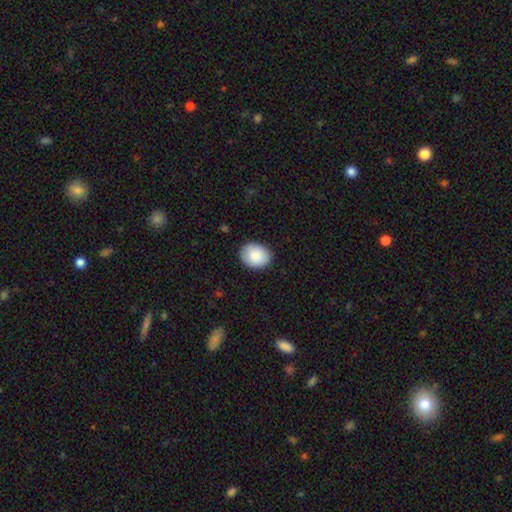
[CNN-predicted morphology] Smooth or featured?
  - smooth: 87% *
  - star or artifact: 7%
  - featured or disk: 6%
How rounded?
  - in between: 56% *
  - round: 43%
  - cigar-shaped: 1%
Merging?
  - none: 86% *
  - minor disturbance: 11%
  - major disturbance: 2%
  - merger: 1%